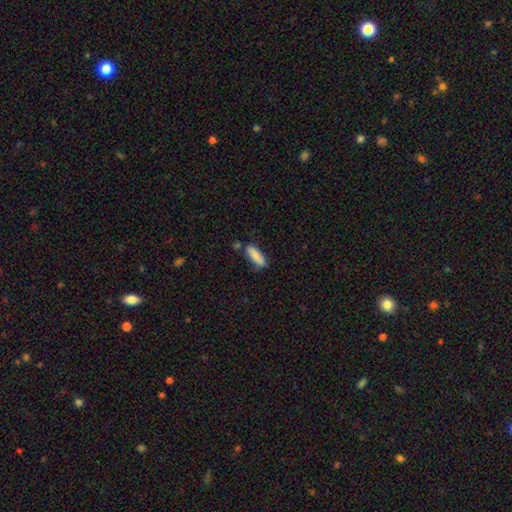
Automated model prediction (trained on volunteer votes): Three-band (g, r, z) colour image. It shows a smooth galaxy with no disk features (87%) that is in between round and cigar-shaped (51%). Merging: none (74%).